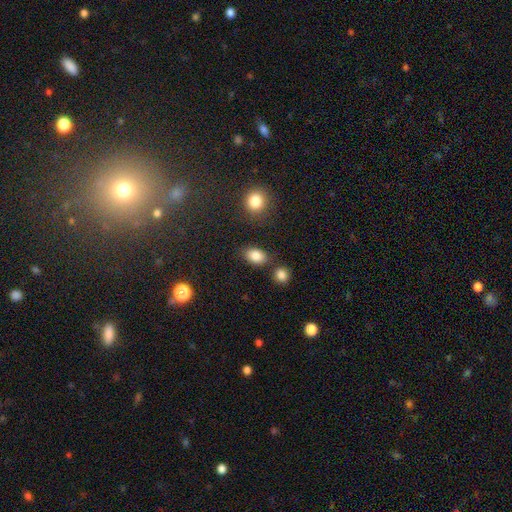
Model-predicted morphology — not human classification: smooth-or-featured: smooth: 86% | star or artifact: 9% | featured or disk: 6%
  how-rounded: in between: 80% | round: 18% | cigar-shaped: 1%
  merging: none: 77% | minor disturbance: 12% | merger: 8% | major disturbance: 3%